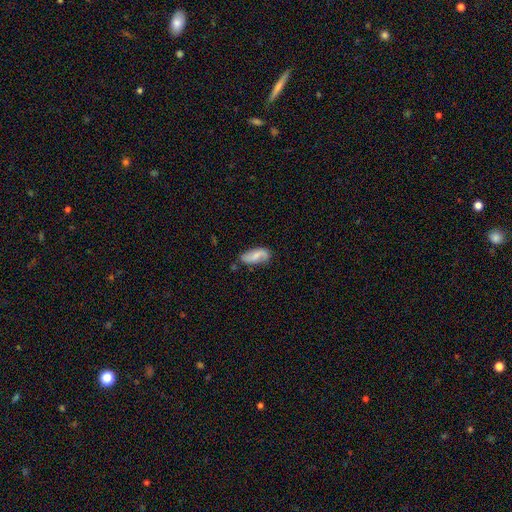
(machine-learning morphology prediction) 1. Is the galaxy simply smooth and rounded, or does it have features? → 52% smooth, 41% featured or disk, 7% star or artifact.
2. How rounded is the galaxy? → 83% in between, 14% cigar-shaped, 3% round.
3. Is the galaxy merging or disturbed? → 64% none, 26% minor disturbance, 7% major disturbance, 4% merger.